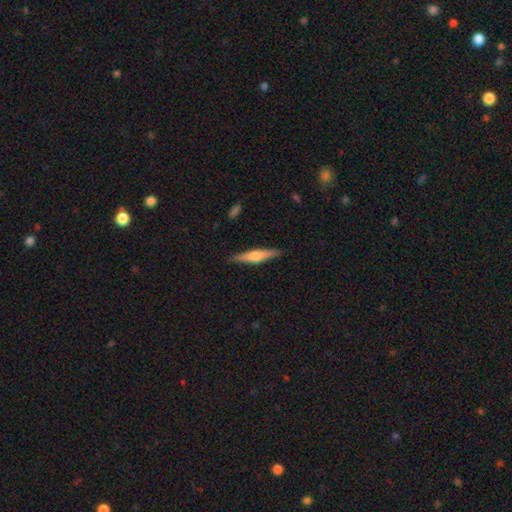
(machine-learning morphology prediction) Smooth or featured: featured or disk — 55% (smooth — 39%)
Edge-on disk: yes — 96% (no — 4%)
Edge-on bulge: rounded — 85% (boxy — 9%)
Merging: none — 89% (minor disturbance — 8%)